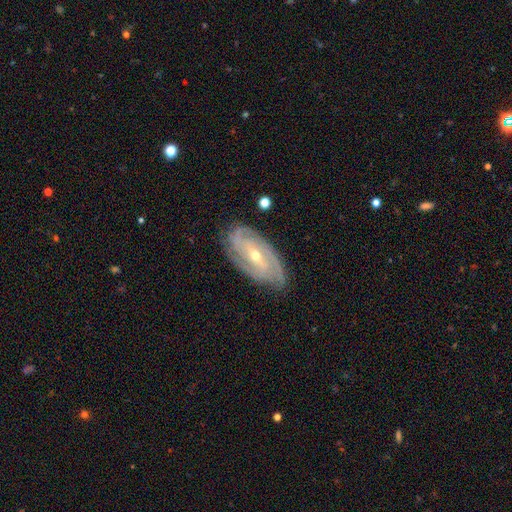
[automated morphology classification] Q: Smooth or featured?
A: featured or disk (88%); runner-up: smooth (7%)
Q: Edge-on disk?
A: no (94%); runner-up: yes (6%)
Q: Bar?
A: weak (39%); runner-up: no (32%)
Q: Spiral arms?
A: yes (97%); runner-up: no (3%)
Q: Spiral winding?
A: tight (62%); runner-up: medium (31%)
Q: Spiral arm count?
A: 3 (35%); runner-up: 2 (24%)
Q: Bulge size?
A: small (58%); runner-up: moderate (40%)
Q: Merging?
A: none (80%); runner-up: minor disturbance (15%)